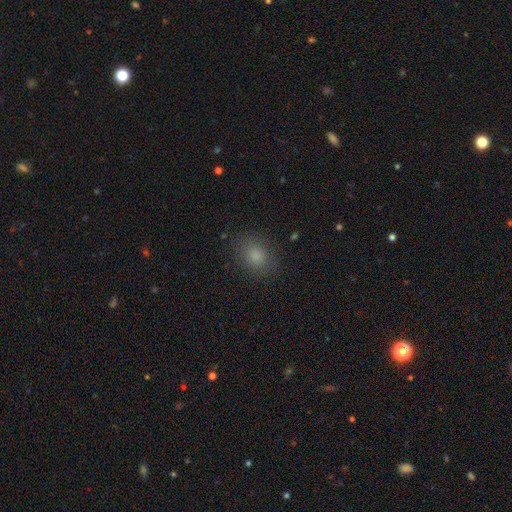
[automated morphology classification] Overall: smooth (82%). How rounded: in between (54%; round 44%). Merging: none (83%).